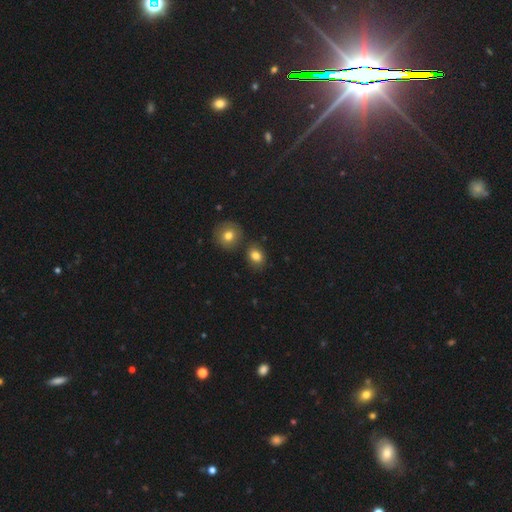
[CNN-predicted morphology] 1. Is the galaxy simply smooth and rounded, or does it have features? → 82% smooth, 11% star or artifact, 8% featured or disk.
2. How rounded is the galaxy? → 51% in between, 47% round, 1% cigar-shaped.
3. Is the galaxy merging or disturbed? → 75% none, 12% minor disturbance, 10% merger, 3% major disturbance.